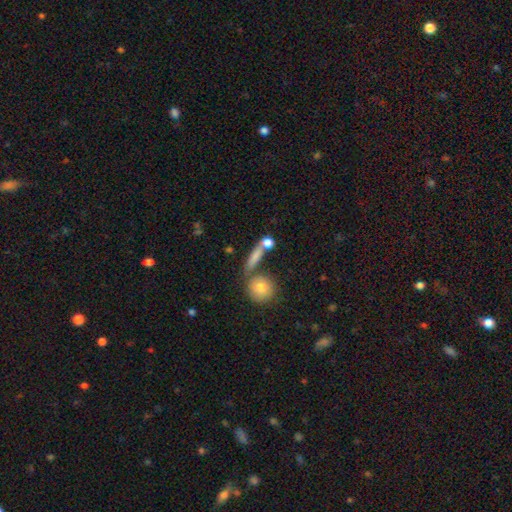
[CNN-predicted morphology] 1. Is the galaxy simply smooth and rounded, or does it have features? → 74% smooth, 17% featured or disk, 9% star or artifact.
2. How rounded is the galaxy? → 53% cigar-shaped, 29% in between, 18% round.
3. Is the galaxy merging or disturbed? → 56% none, 24% merger, 13% minor disturbance, 7% major disturbance.